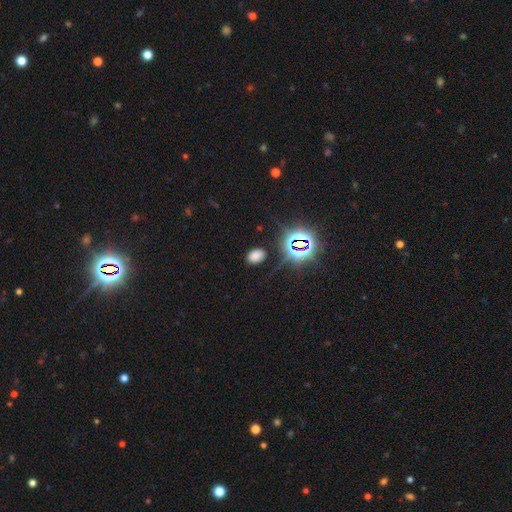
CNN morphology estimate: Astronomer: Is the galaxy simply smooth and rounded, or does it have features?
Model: smooth — 64%.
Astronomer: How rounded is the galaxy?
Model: in between — 79%.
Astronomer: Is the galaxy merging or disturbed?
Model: none — 83%.